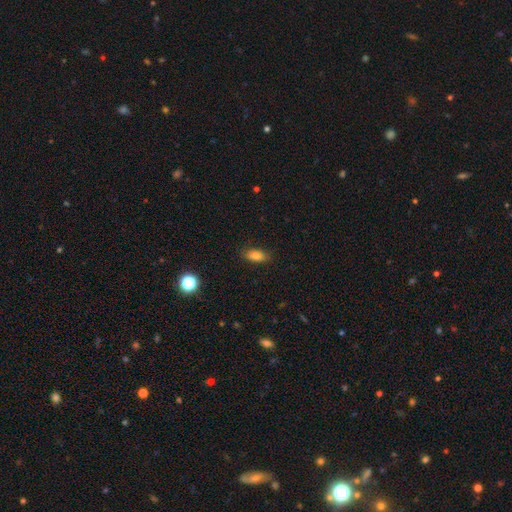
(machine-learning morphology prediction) Smooth or featured?
  - smooth: 83% *
  - star or artifact: 10%
  - featured or disk: 7%
How rounded?
  - in between: 84% *
  - cigar-shaped: 10%
  - round: 5%
Merging?
  - none: 85% *
  - minor disturbance: 11%
  - major disturbance: 3%
  - merger: 1%